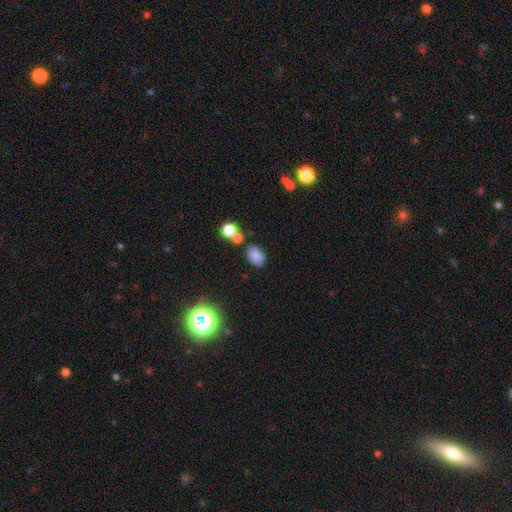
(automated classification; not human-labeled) This appears to be a smooth galaxy with no disk features (79%) that is in between round and cigar-shaped (85%). Merging: none (71%).